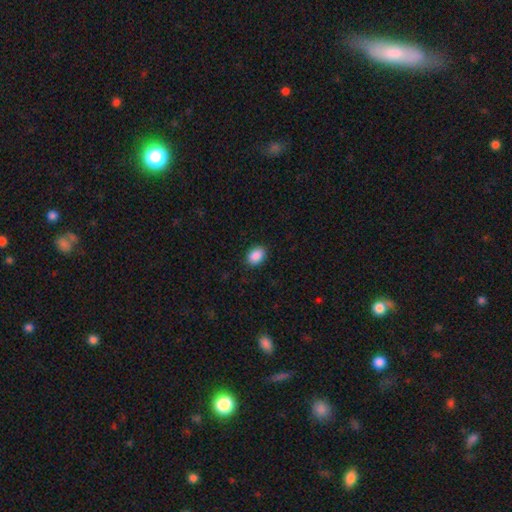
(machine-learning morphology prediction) This is clearly a smooth galaxy (89%). How rounded: likely in between (75%). Merging: clearly none (89%).